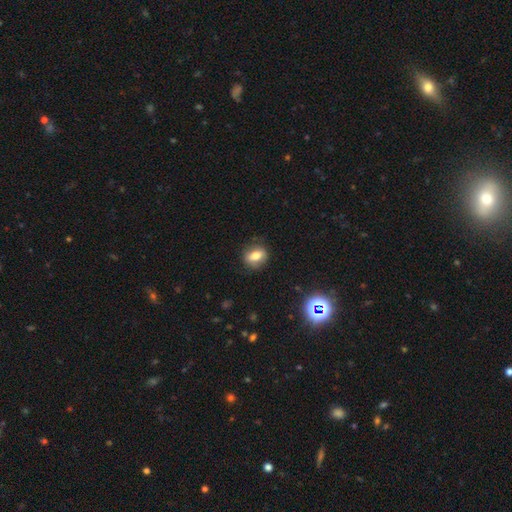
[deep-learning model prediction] A smooth galaxy with no disk features (66%) that is in between round and cigar-shaped (53%). Merging: none (82%).